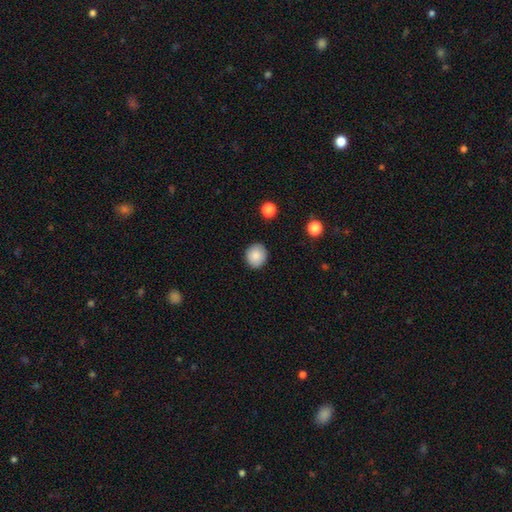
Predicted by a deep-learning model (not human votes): A smooth galaxy with no disk features (87%) that is round (87%). Merging: none (90%).